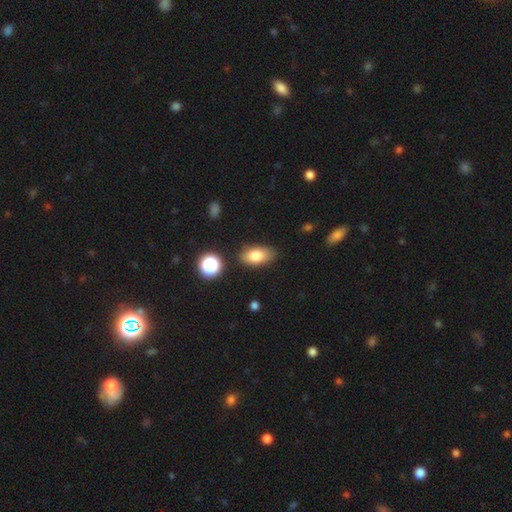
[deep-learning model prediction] This is clearly a smooth galaxy (81%). How rounded: clearly in between (90%). Merging: clearly none (83%).